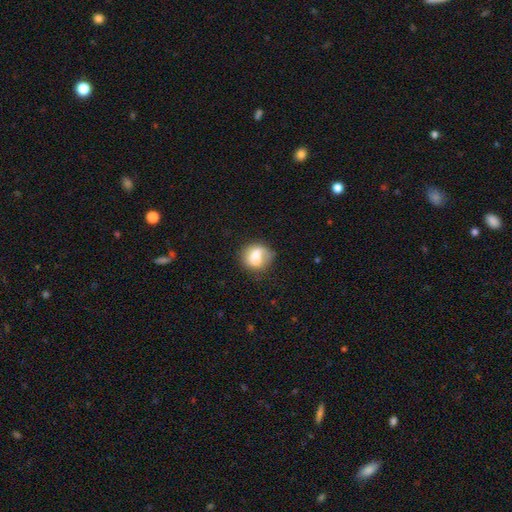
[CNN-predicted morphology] smooth_or_featured: smooth (p=0.70) [alt: featured or disk p=0.22]
how_rounded: round (p=0.70) [alt: in between p=0.29]
merging: none (p=0.58) [alt: minor disturbance p=0.26]